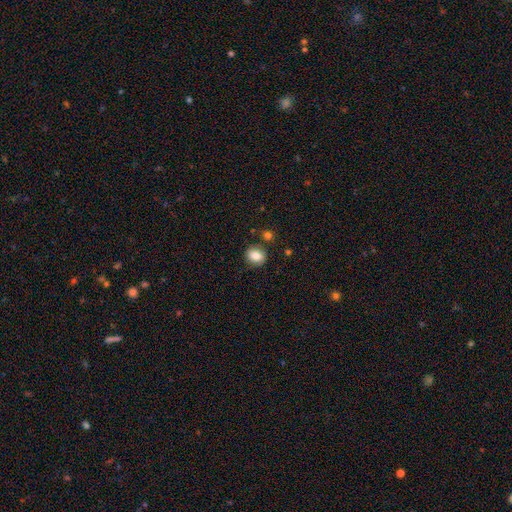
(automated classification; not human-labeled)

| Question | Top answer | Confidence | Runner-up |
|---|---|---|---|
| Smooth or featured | smooth | 83% | star or artifact (9%) |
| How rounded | round | 60% | in between (39%) |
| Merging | none | 81% | minor disturbance (11%) |